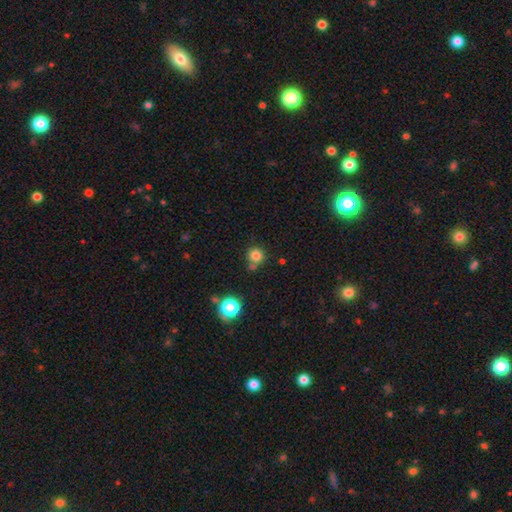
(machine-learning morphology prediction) Smooth or featured? smooth (80%)
How rounded? round (91%)
Merging? none (65%)